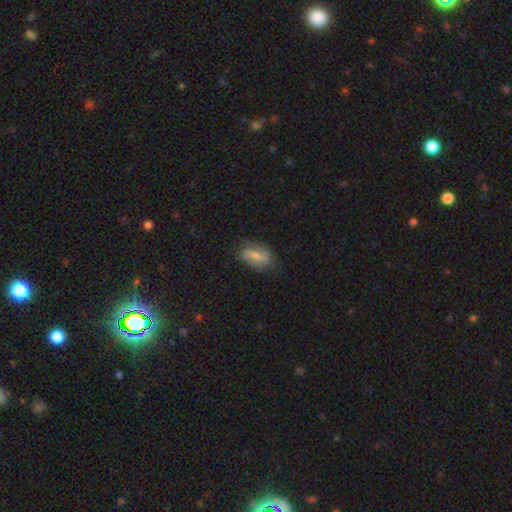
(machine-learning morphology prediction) type=featured or disk (57%); edge-on=no (93%); bar=weak (42%); spiral arms=yes (82%); bulge=small (51%); merging=none (73%).